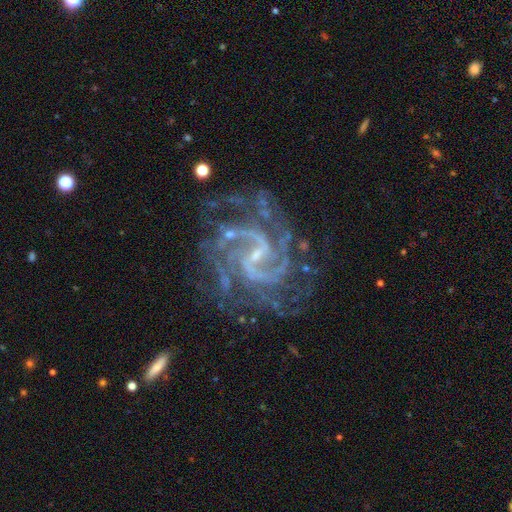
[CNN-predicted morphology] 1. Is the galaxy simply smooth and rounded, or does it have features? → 92% featured or disk, 5% star or artifact, 2% smooth.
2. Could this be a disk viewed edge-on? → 98% no, 2% yes.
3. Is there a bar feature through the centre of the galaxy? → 52% weak, 28% strong, 20% no.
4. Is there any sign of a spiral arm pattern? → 98% yes, 2% no.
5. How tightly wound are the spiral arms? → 56% medium, 33% tight, 11% loose.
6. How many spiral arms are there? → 56% 2, 15% 3, 10% can't tell, 8% 4, 6% more than 4, 6% 1.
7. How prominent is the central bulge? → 77% small, 12% moderate, 9% none, 1% large, 1% dominant.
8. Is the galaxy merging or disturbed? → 68% none, 18% minor disturbance, 12% major disturbance, 3% merger.